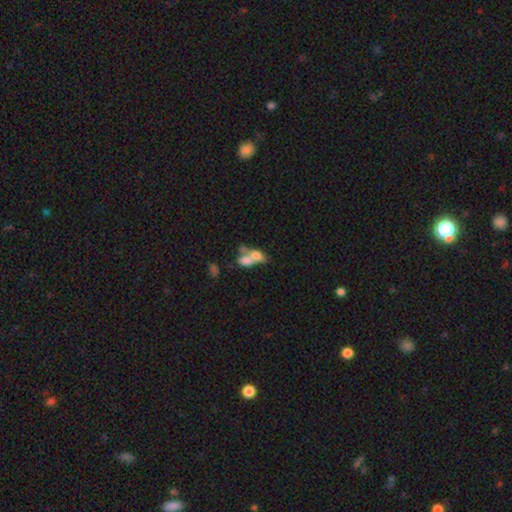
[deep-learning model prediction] Morphology: type=smooth (66%); roundness=in between (78%); merging=merger (70%).